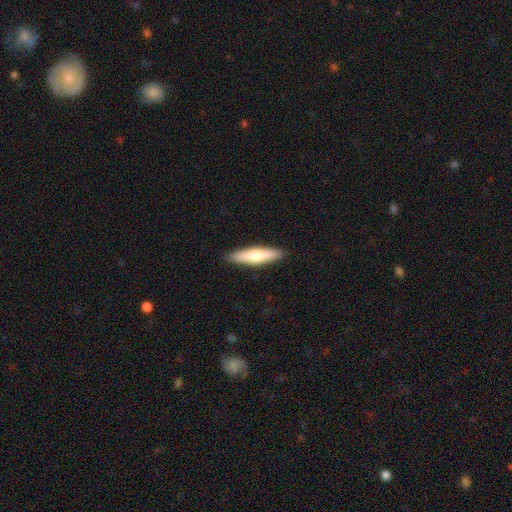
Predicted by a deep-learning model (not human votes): smooth_or_featured: smooth (p=0.63) [alt: featured or disk p=0.31]
how_rounded: cigar-shaped (p=0.78) [alt: in between p=0.20]
merging: none (p=0.90) [alt: minor disturbance p=0.07]